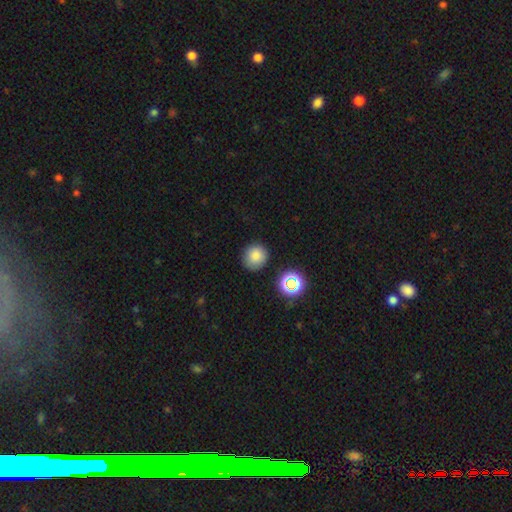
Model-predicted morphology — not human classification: type=smooth (81%); roundness=round (90%); merging=none (85%).